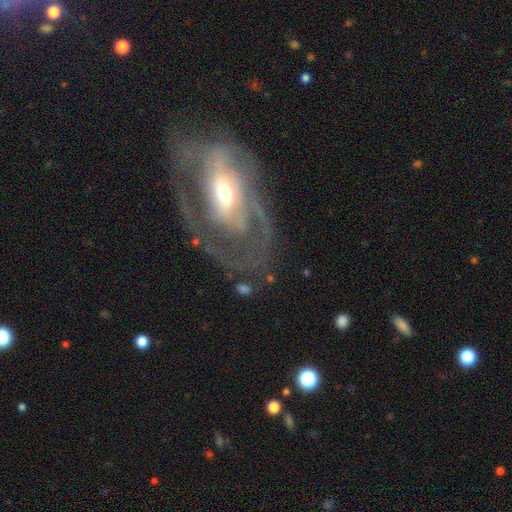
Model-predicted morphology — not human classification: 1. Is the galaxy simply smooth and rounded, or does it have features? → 82% featured or disk, 12% smooth, 6% star or artifact.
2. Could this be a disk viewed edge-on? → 94% no, 6% yes.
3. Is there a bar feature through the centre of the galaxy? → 41% no, 36% weak, 23% strong.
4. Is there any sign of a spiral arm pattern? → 79% yes, 21% no.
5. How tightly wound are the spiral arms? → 49% tight, 36% medium, 15% loose.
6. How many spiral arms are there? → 37% 2, 32% can't tell, 13% 1, 10% 3, 4% 4, 4% more than 4.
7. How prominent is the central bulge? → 58% moderate, 32% small, 7% large, 1% dominant, 1% none.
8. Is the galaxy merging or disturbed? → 52% none, 25% major disturbance, 20% minor disturbance, 4% merger.